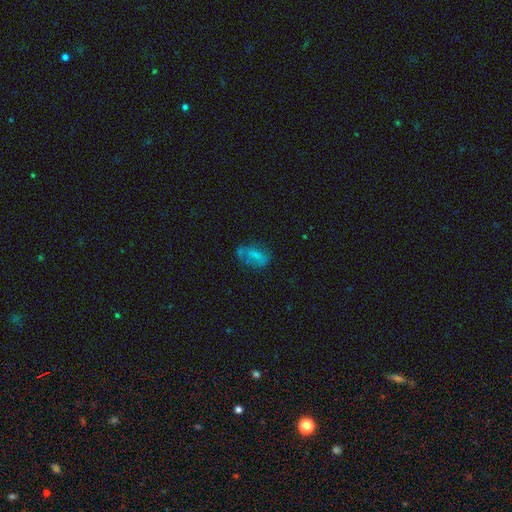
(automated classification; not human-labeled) Smooth or featured? smooth (61%)
How rounded? in between (83%)
Merging? none (43%)